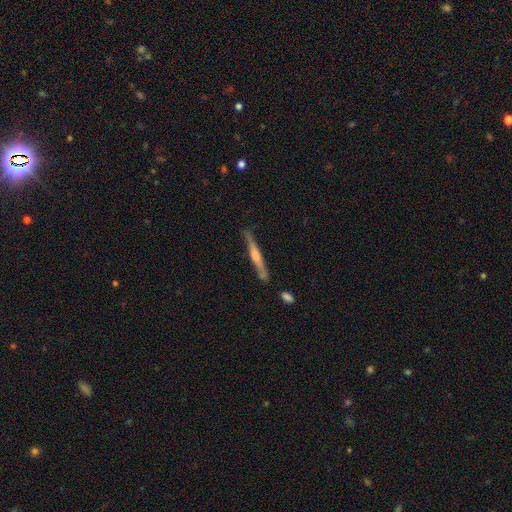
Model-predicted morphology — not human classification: This is possibly a featured or disk galaxy (53%). It is clearly viewed edge-on (95%). Edge-on bulge: marginally rounded (35%). Merging: likely none (75%).